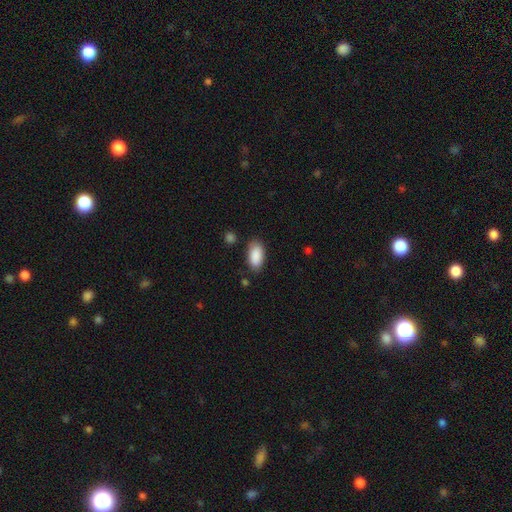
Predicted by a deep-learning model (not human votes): Q: Smooth or featured?
A: smooth (90%); runner-up: star or artifact (6%)
Q: How rounded?
A: in between (93%); runner-up: cigar-shaped (4%)
Q: Merging?
A: none (82%); runner-up: minor disturbance (13%)